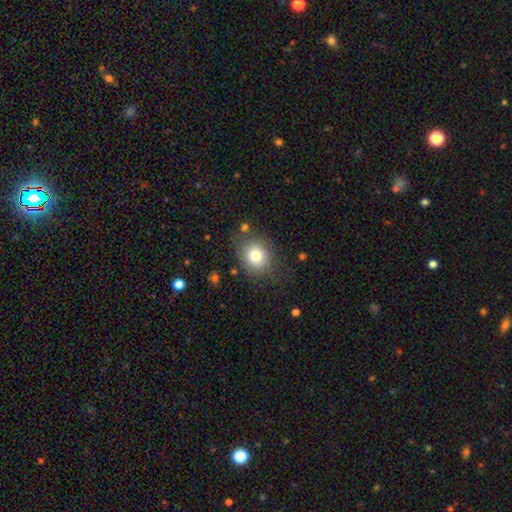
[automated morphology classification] This is likely a smooth galaxy (79%). How rounded: likely round (63%). Merging: likely none (73%).